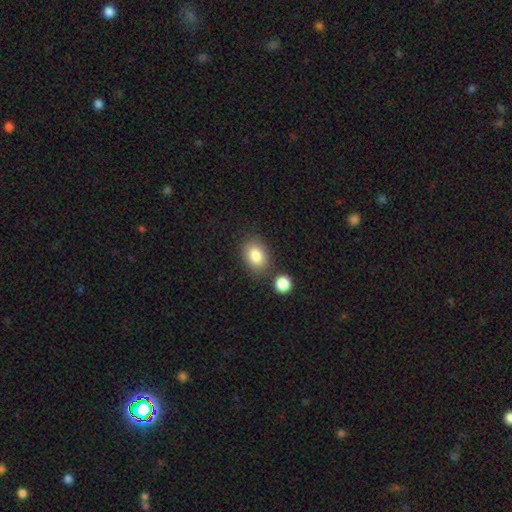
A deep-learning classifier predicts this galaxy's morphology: A smooth galaxy with no disk features (83%) that is in between round and cigar-shaped (67%). Merging: none (73%).